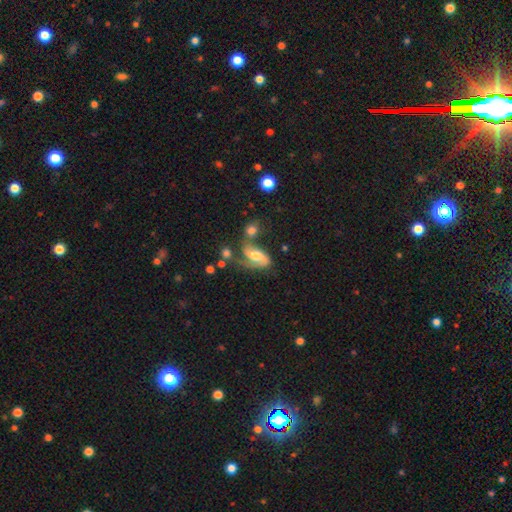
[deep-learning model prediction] Smooth or featured?
  - featured or disk: 66% *
  - smooth: 27%
  - star or artifact: 8%
Edge-on disk?
  - no: 94% *
  - yes: 6%
Bar?
  - no: 48% *
  - weak: 36%
  - strong: 16%
Spiral arms?
  - yes: 87% *
  - no: 13%
Spiral winding?
  - loose: 43% *
  - medium: 40%
  - tight: 17%
Spiral arm count?
  - 2: 70% *
  - 1: 19%
  - can't tell: 7%
  - 3: 2%
  - 4: 1%
  - more than 4: 1%
Bulge size?
  - moderate: 64% *
  - large: 18%
  - small: 14%
  - none: 3%
  - dominant: 2%
Merging?
  - none: 32% *
  - merger: 29%
  - major disturbance: 20%
  - minor disturbance: 19%